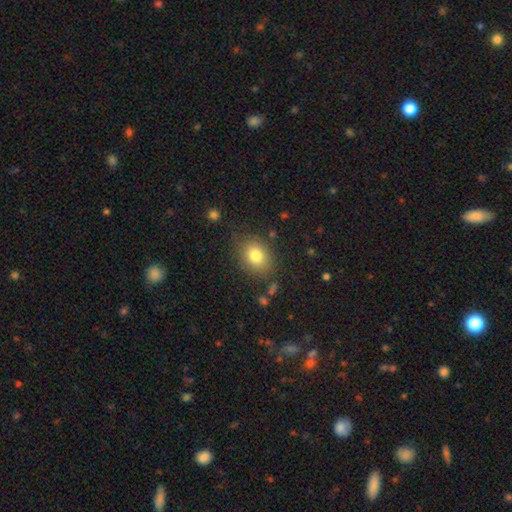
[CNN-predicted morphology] A smooth galaxy with no disk features (79%) that is in between round and cigar-shaped (50%).

Vote fractions:
- Smooth or featured? smooth: 79% / star or artifact: 11% / featured or disk: 10%
- How rounded? in between: 50% / round: 49% / cigar-shaped: 1%
- Merging? none: 78% / minor disturbance: 14% / major disturbance: 5% / merger: 3%